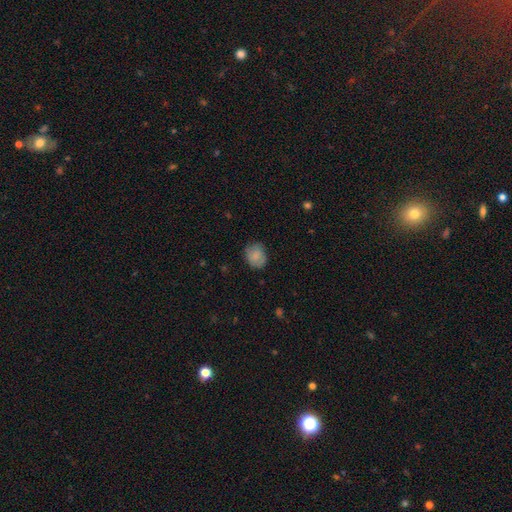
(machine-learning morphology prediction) type=smooth (80%); roundness=round (66%); merging=none (75%).